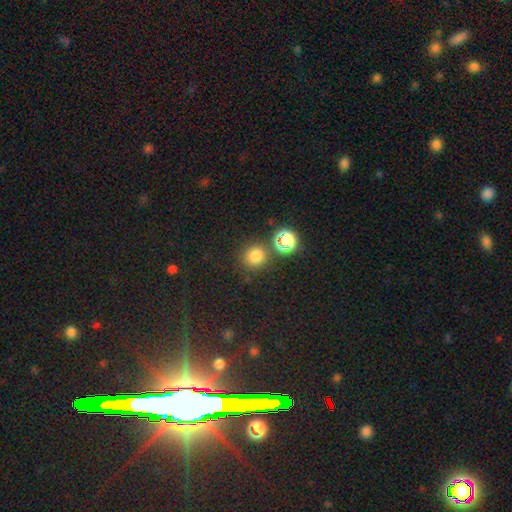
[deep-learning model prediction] This appears to be a smooth galaxy with no disk features (75%) that is round (90%). Merging: none (80%).